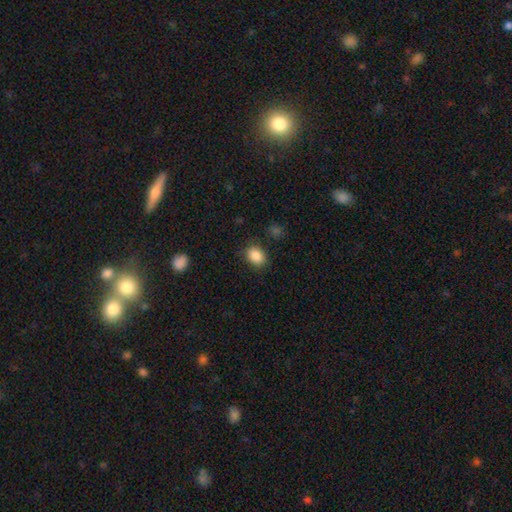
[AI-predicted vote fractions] Smooth or featured? Predicted: smooth (p=0.87). How rounded? Predicted: in between (p=0.71). Merging? Predicted: none (p=0.82).